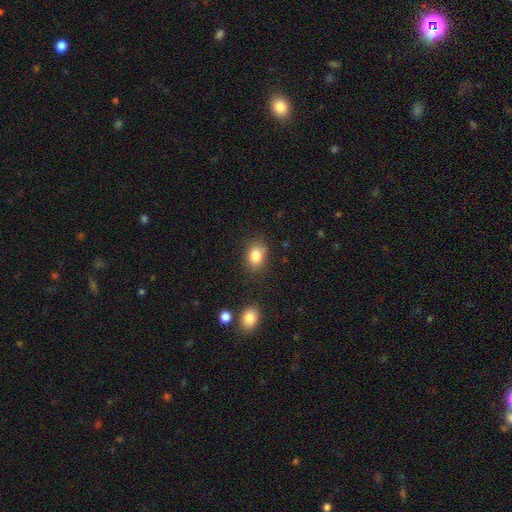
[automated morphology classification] smooth_or_featured: smooth (p=0.84) [alt: star or artifact p=0.09]
how_rounded: in between (p=0.67) [alt: round p=0.32]
merging: none (p=0.82) [alt: minor disturbance p=0.12]